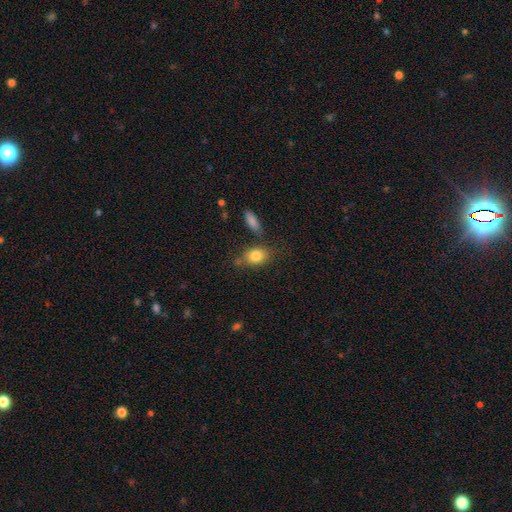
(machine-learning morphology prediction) This is clearly a smooth galaxy (83%). How rounded: likely in between (63%). Merging: likely none (66%).